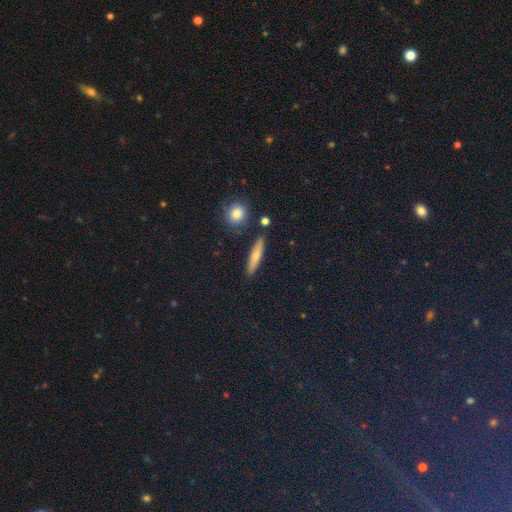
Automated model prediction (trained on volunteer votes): This appears to be a smooth galaxy with no disk features (65%) that is cigar-shaped (78%). Merging: none (87%).